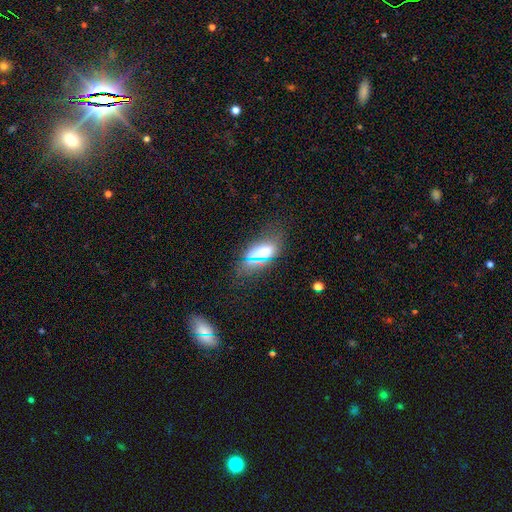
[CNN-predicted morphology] A smooth galaxy with no disk features (64%) that is in between round and cigar-shaped (80%).

Vote fractions:
- Smooth or featured? smooth: 64% / star or artifact: 18% / featured or disk: 18%
- How rounded? in between: 80% / cigar-shaped: 11% / round: 9%
- Merging? none: 75% / minor disturbance: 16% / major disturbance: 7% / merger: 2%